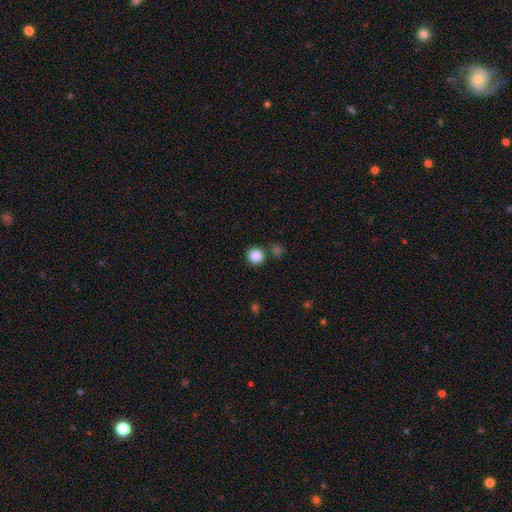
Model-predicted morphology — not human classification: This appears to be a smooth galaxy with no disk features (87%) that is round (93%). Merging: none (82%).